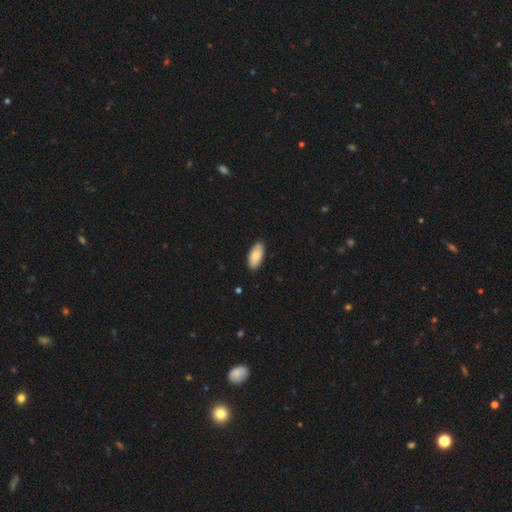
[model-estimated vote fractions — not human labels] Smooth or featured? Predicted: smooth (p=0.83). How rounded? Predicted: in between (p=0.93). Merging? Predicted: none (p=0.89).